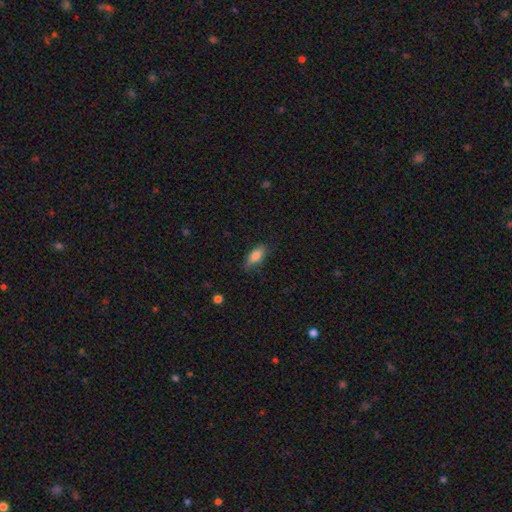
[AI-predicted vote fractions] Smooth or featured?
  - smooth: 82% *
  - featured or disk: 11%
  - star or artifact: 7%
How rounded?
  - in between: 79% *
  - cigar-shaped: 18%
  - round: 3%
Merging?
  - none: 77% *
  - minor disturbance: 18%
  - major disturbance: 4%
  - merger: 1%